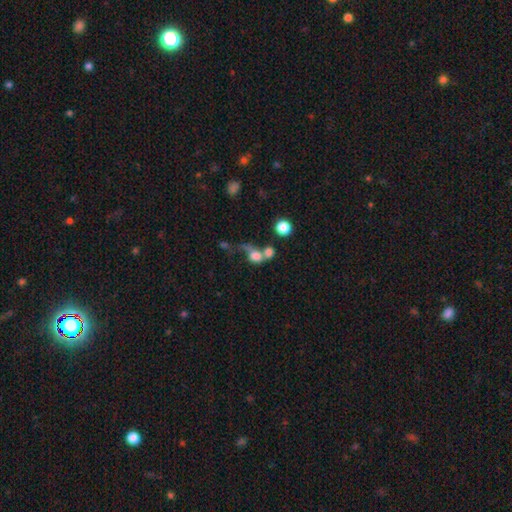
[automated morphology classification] A smooth galaxy with no disk features (65%) that is round (63%). Merging: merger (51%).